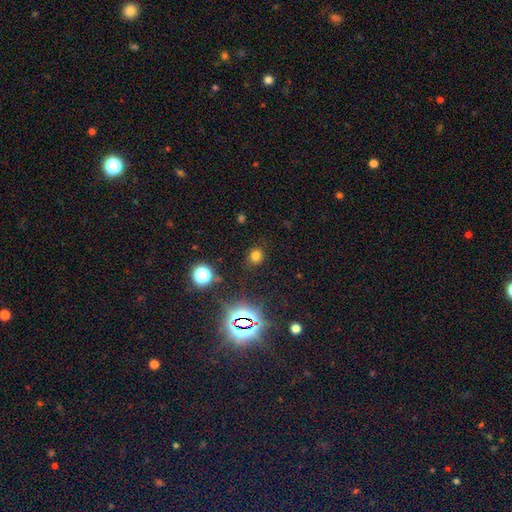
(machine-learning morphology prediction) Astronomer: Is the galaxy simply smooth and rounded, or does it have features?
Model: smooth — 69%.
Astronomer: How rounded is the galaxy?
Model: round — 78%.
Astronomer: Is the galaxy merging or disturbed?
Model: none — 84%.